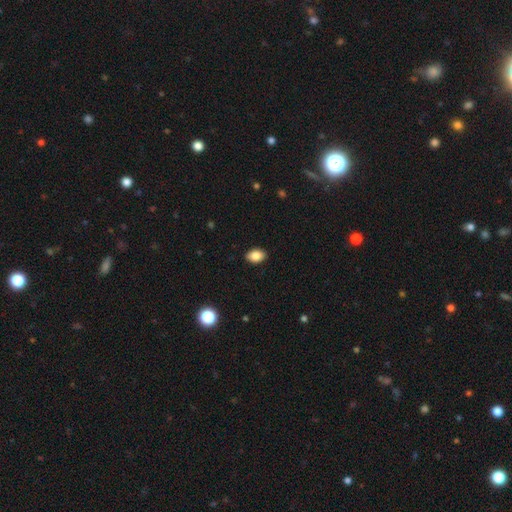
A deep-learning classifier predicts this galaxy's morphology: The model was most divided on "how rounded": in between: 86%, round: 13%, cigar-shaped: 1%. More confident: merging — none (89%); smooth or featured — smooth (86%).